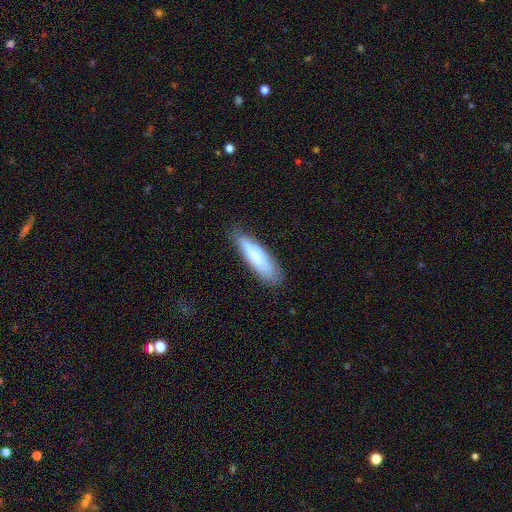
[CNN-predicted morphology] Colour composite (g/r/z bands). It shows a smooth galaxy with no disk features (79%) that is cigar-shaped (65%). Merging: none (80%).